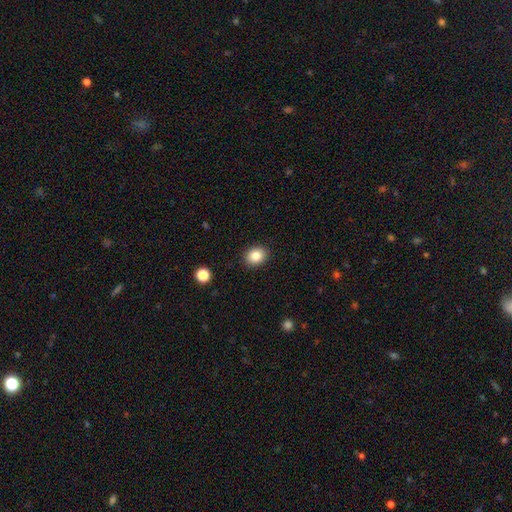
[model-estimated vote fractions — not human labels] Smooth or featured: smooth — 85% (star or artifact — 10%)
How rounded: round — 54% (in between — 45%)
Merging: none — 89% (minor disturbance — 7%)